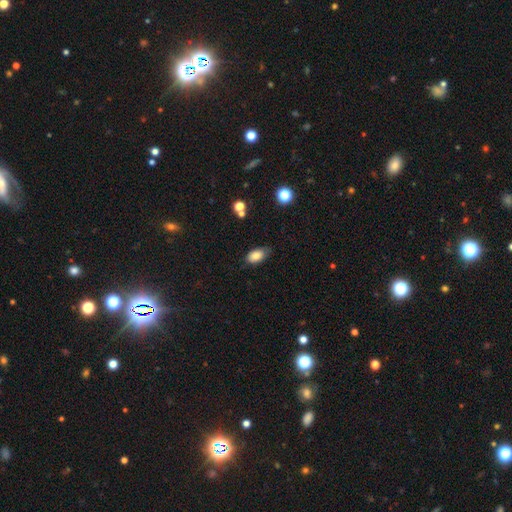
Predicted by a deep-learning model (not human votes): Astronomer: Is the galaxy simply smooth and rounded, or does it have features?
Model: smooth — 82%.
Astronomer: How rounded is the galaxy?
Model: in between — 92%.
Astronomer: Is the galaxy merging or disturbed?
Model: none — 73%.